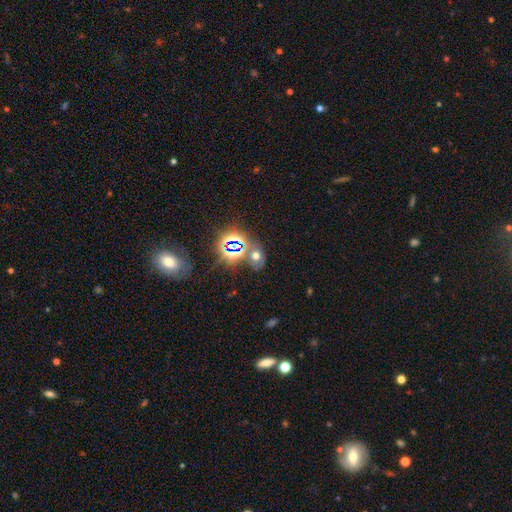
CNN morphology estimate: type=smooth (44%); merging=none (62%).